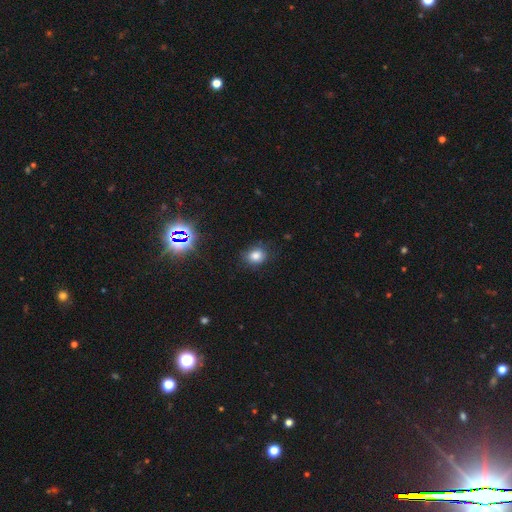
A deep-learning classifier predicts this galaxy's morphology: This is likely a smooth galaxy (79%). How rounded: likely round (61%). Merging: clearly none (80%).